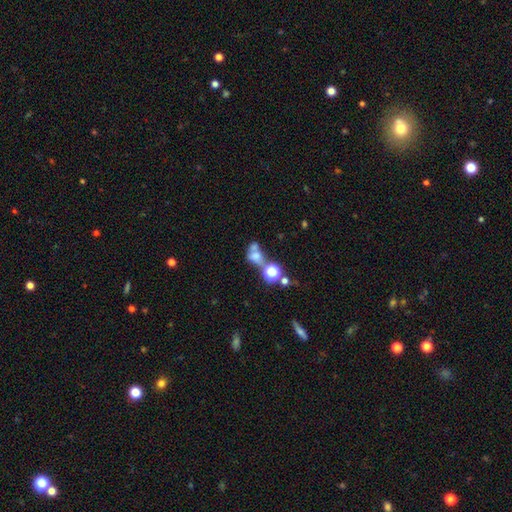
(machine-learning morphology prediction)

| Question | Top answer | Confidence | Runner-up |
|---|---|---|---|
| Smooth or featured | smooth | 58% | featured or disk (22%) |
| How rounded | in between | 53% | round (44%) |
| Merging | merger | 52% | none (24%) |